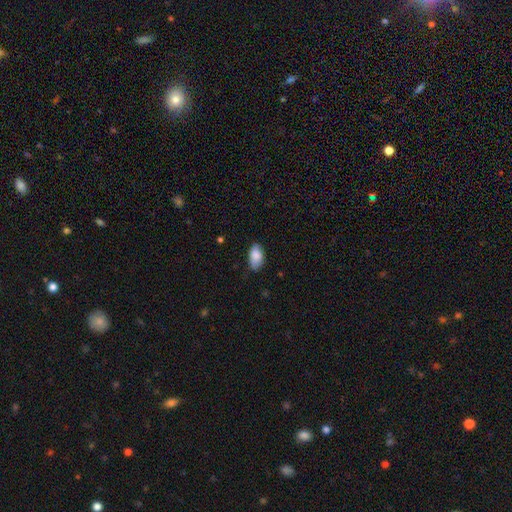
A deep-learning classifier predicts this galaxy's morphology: smooth 85%, featured or disk 8%, star or artifact 7%. Down the decision tree: how rounded — in between (94%); merging — none (74%).